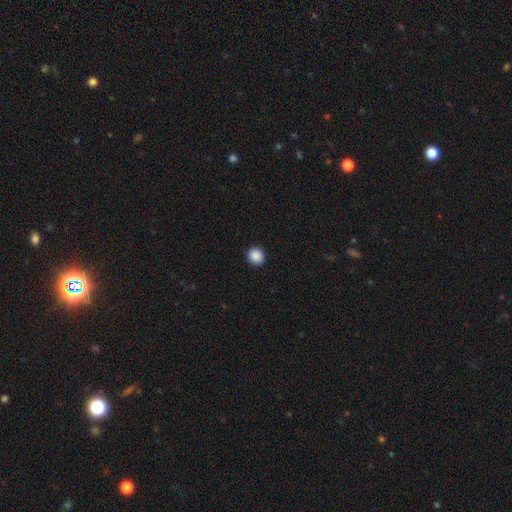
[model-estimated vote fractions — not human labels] Morphology: type=smooth (89%); roundness=round (88%); merging=none (93%).